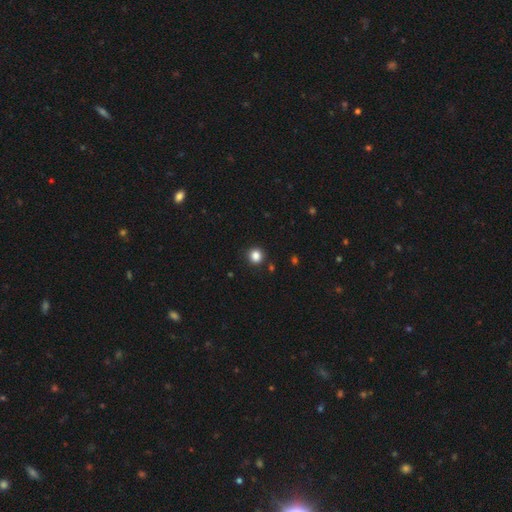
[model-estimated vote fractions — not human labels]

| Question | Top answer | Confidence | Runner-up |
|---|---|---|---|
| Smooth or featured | smooth | 85% | star or artifact (12%) |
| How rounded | round | 93% | in between (7%) |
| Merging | none | 91% | minor disturbance (6%) |